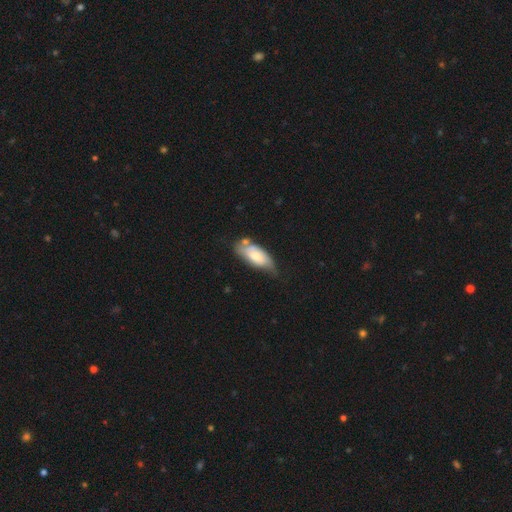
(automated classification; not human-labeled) Smooth or featured? smooth (63%)
How rounded? in between (83%)
Merging? none (44%)